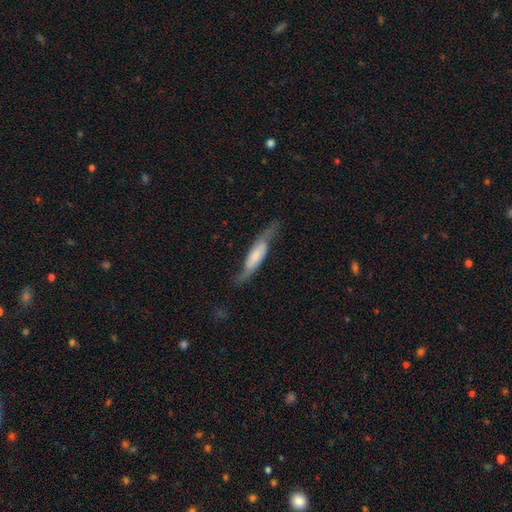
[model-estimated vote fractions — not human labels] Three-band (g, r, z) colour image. It shows a featured or disk galaxy (54%). Merging: none (65%).